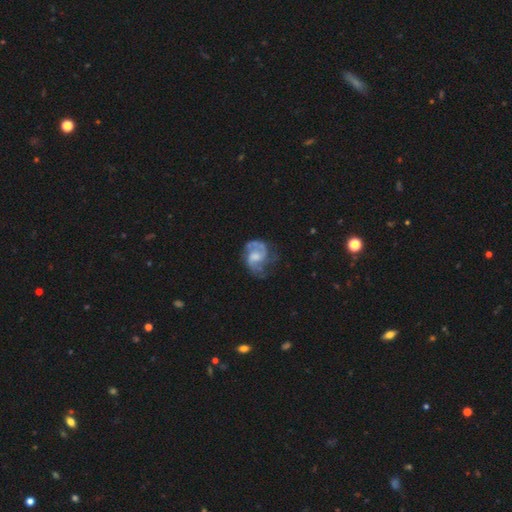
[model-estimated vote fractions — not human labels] featured or disk 78%, smooth 15%, star or artifact 6%. Down the decision tree: edge-on disk — no (98%); bar — no (49%); spiral arms — yes (91%); spiral arm count — 2 (74%); spiral winding — medium (50%); bulge size — moderate (39%); merging — none (53%).